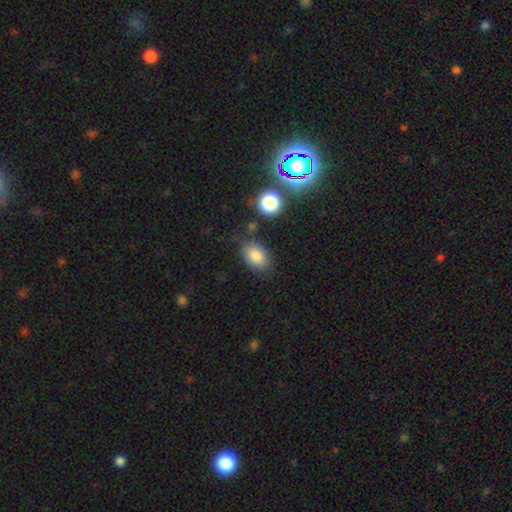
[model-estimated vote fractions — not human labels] Morphology: type=smooth (83%); roundness=in between (84%); merging=none (76%).